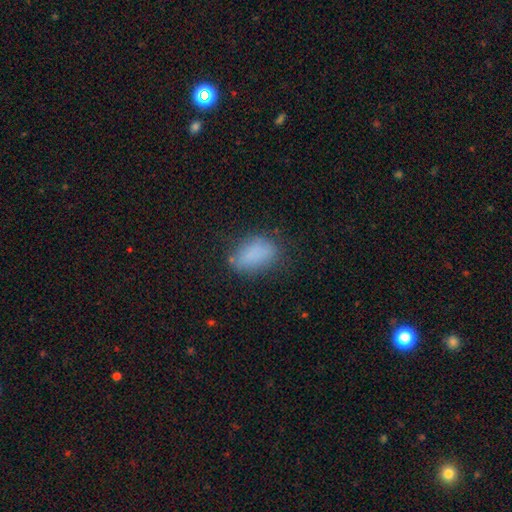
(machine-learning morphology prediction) Smooth or featured?
  - smooth: 82% *
  - star or artifact: 10%
  - featured or disk: 8%
How rounded?
  - in between: 89% *
  - round: 9%
  - cigar-shaped: 3%
Merging?
  - none: 68% *
  - minor disturbance: 21%
  - major disturbance: 8%
  - merger: 2%